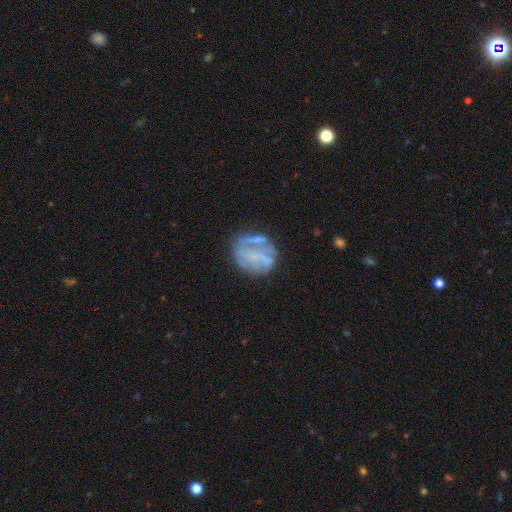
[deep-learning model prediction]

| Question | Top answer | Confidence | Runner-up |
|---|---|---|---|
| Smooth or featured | featured or disk | 59% | smooth (30%) |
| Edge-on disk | no | 97% | yes (3%) |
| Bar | no | 59% | weak (24%) |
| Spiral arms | no | 76% | yes (24%) |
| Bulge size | none | 61% | small (24%) |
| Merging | none | 53% | minor disturbance (21%) |